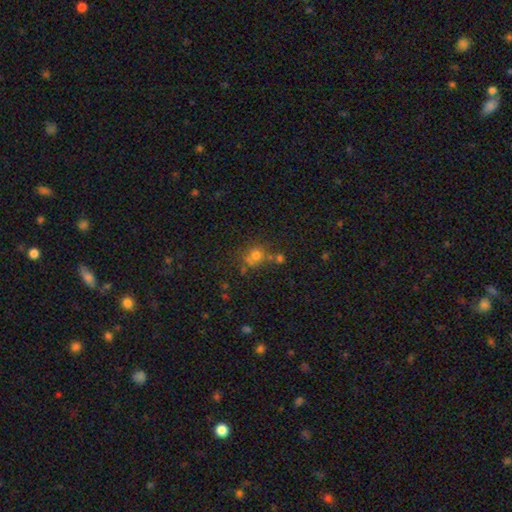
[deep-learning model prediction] This is likely a smooth galaxy (68%). How rounded: likely round (80%). Merging: possibly none (55%).